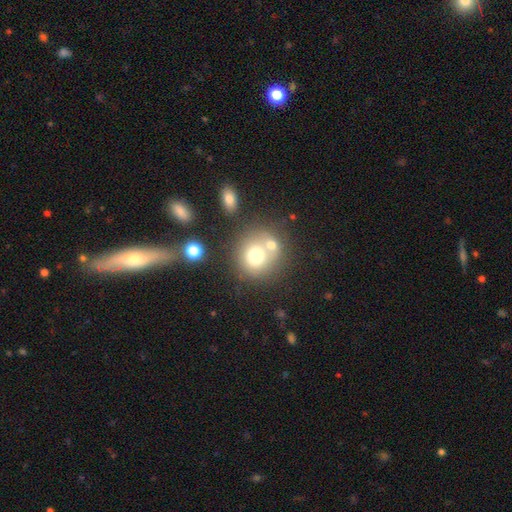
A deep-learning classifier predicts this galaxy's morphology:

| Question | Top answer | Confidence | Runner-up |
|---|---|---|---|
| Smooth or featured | smooth | 70% | featured or disk (18%) |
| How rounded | round | 83% | in between (16%) |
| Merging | none | 48% | merger (37%) |